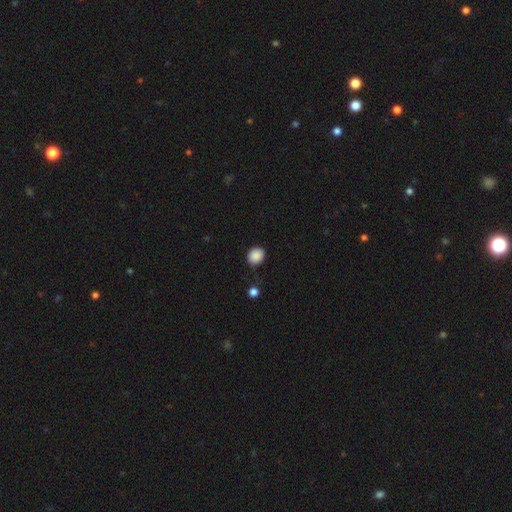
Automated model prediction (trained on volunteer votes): Overall: smooth (88%). How rounded: round (72%). Merging: none (82%).